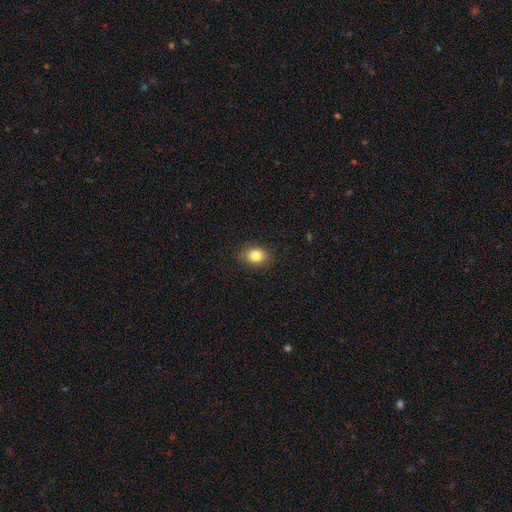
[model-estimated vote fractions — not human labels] Smooth or featured? Predicted: smooth (p=0.84). How rounded? Predicted: in between (p=0.66). Merging? Predicted: none (p=0.85).